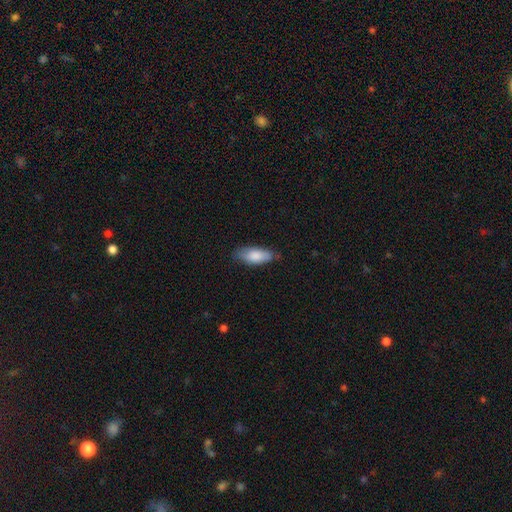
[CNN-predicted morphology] Q: Smooth or featured?
A: smooth (82%); runner-up: featured or disk (12%)
Q: How rounded?
A: in between (77%); runner-up: cigar-shaped (21%)
Q: Merging?
A: none (77%); runner-up: minor disturbance (19%)